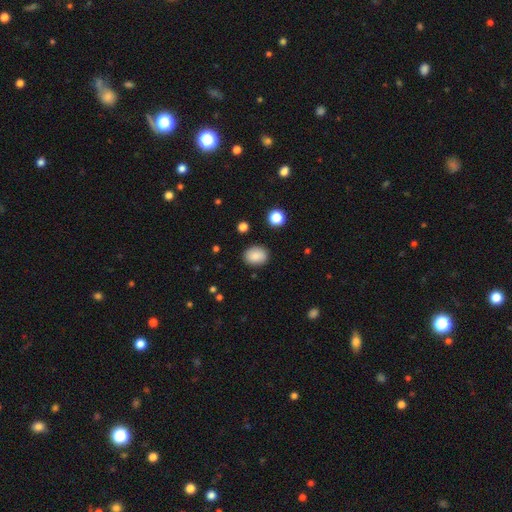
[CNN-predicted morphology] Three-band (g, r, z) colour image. It shows a smooth galaxy with no disk features (86%) that is in between round and cigar-shaped (56%). Merging: none (87%).